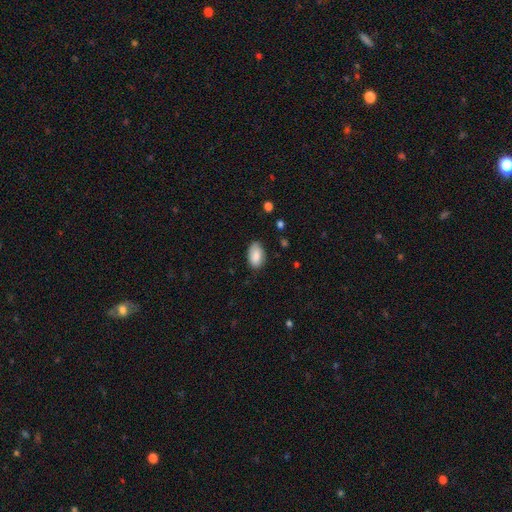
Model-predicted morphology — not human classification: A smooth galaxy with no disk features (84%) that is in between round and cigar-shaped (93%).

Vote fractions:
- Smooth or featured? smooth: 84% / featured or disk: 9% / star or artifact: 7%
- How rounded? in between: 93% / round: 5% / cigar-shaped: 2%
- Merging? none: 75% / minor disturbance: 20% / major disturbance: 4% / merger: 1%